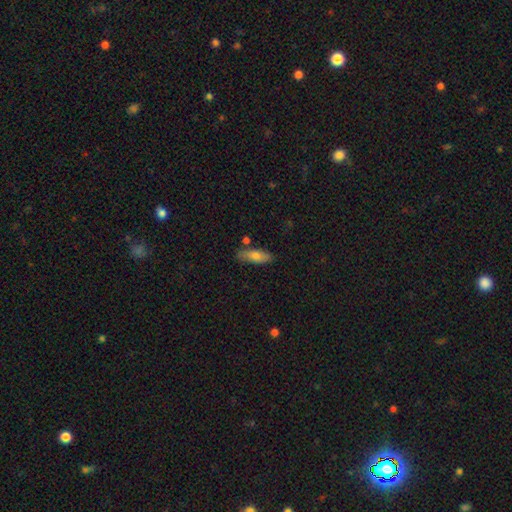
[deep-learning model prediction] Morphology: type=smooth (73%); roundness=in between (54%); merging=none (78%).